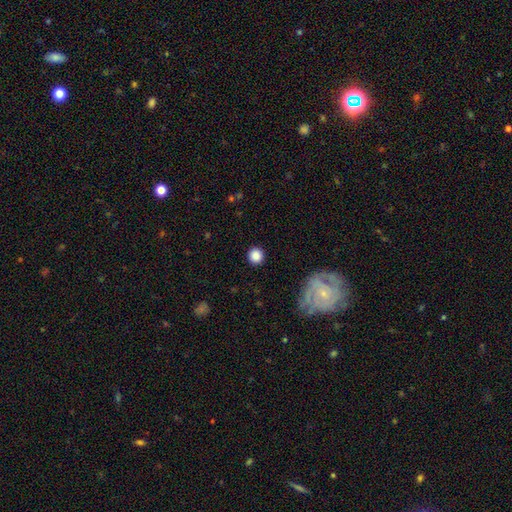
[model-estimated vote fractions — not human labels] This is clearly a smooth galaxy (85%). How rounded: clearly round (93%). Merging: clearly none (91%).